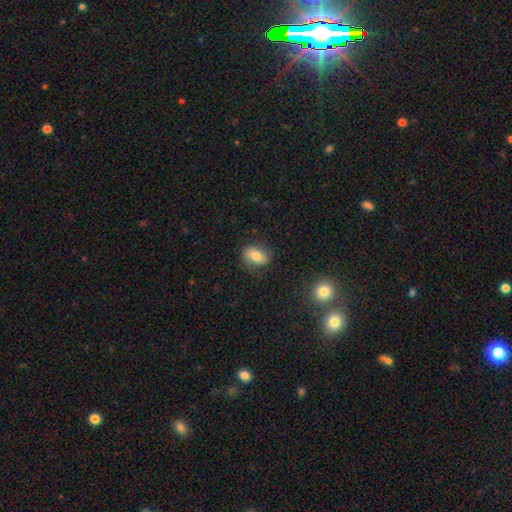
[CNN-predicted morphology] A smooth galaxy with no disk features (76%) that is in between round and cigar-shaped (80%). Merging: none (77%).